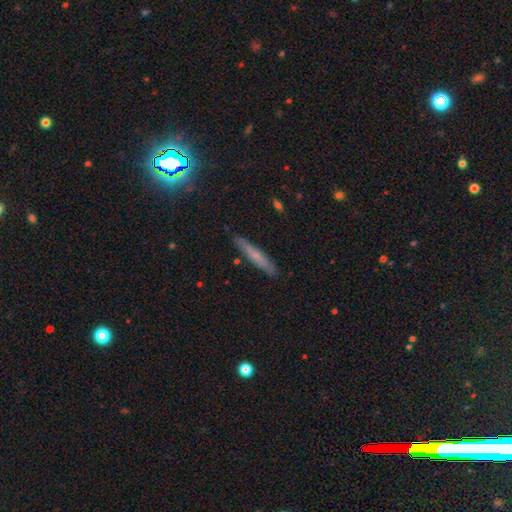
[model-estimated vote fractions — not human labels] Smooth or featured: smooth — 55% (featured or disk — 36%)
How rounded: cigar-shaped — 92% (in between — 6%)
Merging: none — 86% (minor disturbance — 11%)